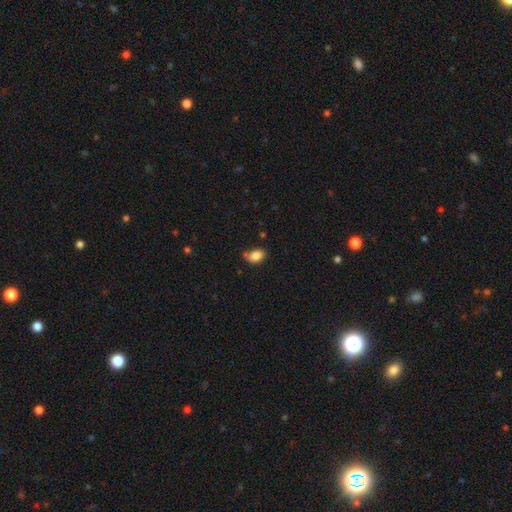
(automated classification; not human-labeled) smooth_or_featured: smooth (p=0.85) [alt: star or artifact p=0.09]
how_rounded: in between (p=0.86) [alt: round p=0.12]
merging: none (p=0.57) [alt: minor disturbance p=0.30]